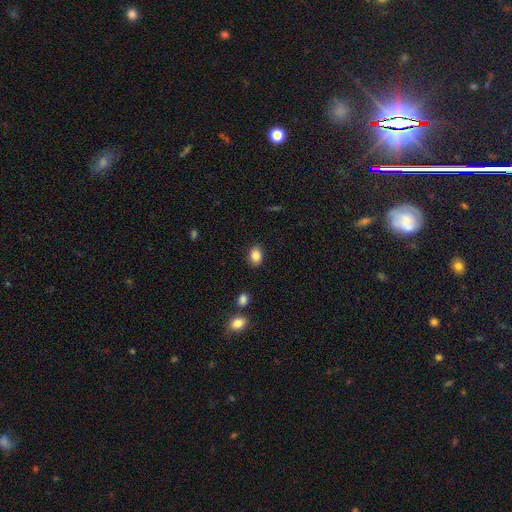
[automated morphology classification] A smooth galaxy with no disk features (86%) that is in between round and cigar-shaped (67%). Merging: none (86%).